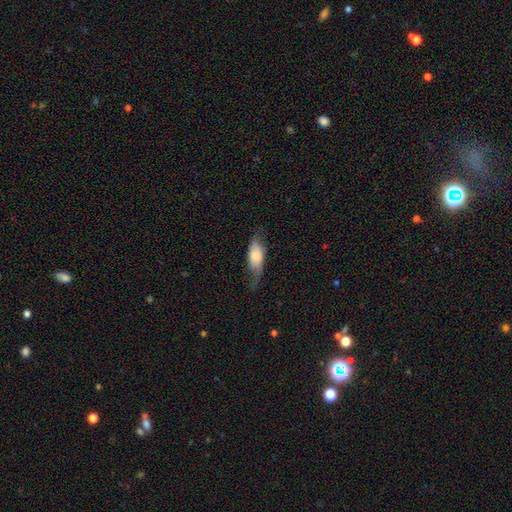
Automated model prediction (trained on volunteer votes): A smooth galaxy with no disk features (62%) that is in between round and cigar-shaped (75%). Merging: none (53%).